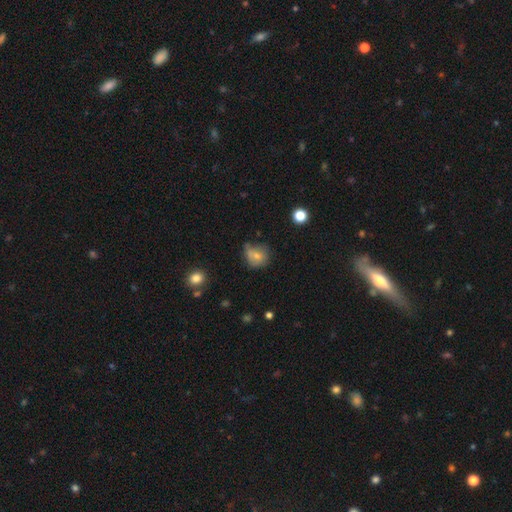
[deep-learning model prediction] smooth_or_featured: smooth (p=0.70) [alt: featured or disk p=0.19]
how_rounded: round (p=0.74) [alt: in between p=0.25]
merging: none (p=0.47) [alt: minor disturbance p=0.30]